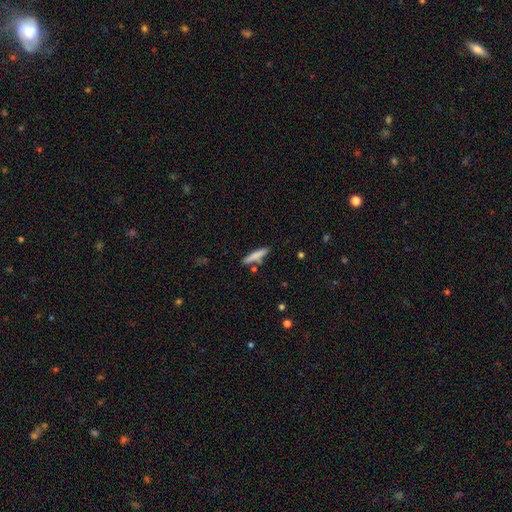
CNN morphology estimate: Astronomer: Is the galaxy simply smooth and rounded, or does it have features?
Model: smooth — 75%.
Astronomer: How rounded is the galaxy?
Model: cigar-shaped — 88%.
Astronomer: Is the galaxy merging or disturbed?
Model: none — 79%.